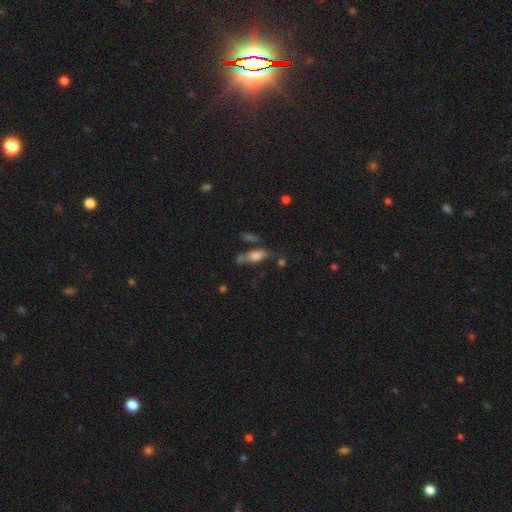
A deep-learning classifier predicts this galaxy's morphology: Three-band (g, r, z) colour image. It shows a smooth galaxy with no disk features (64%) that is in between round and cigar-shaped (69%). Merging: none (46%).